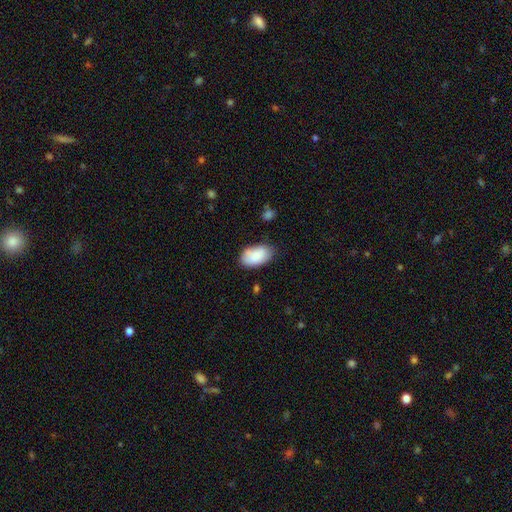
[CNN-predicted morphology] This appears to be a smooth galaxy with no disk features (87%) that is in between round and cigar-shaped (95%). Merging: none (71%).